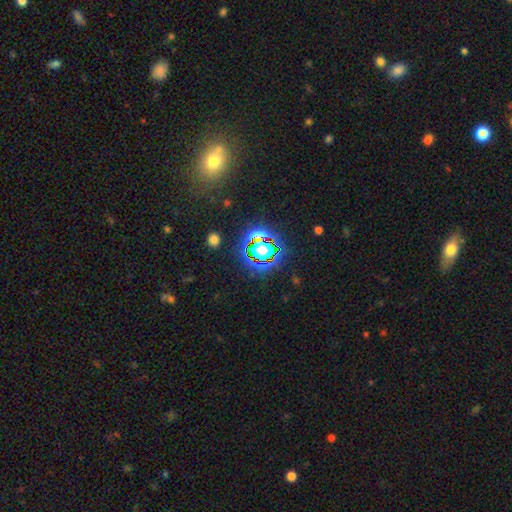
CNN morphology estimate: Smooth or featured: star or artifact — 72% (smooth — 19%)